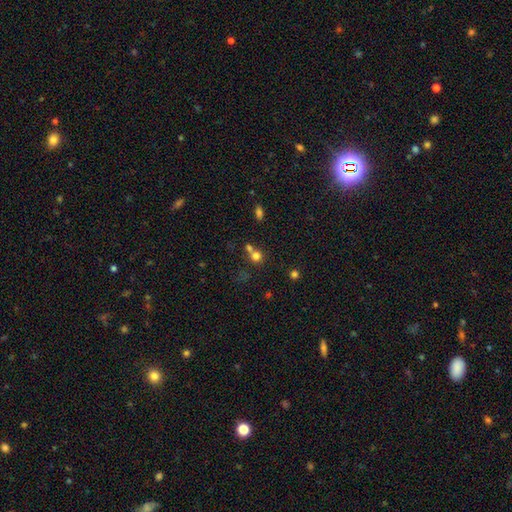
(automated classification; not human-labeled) The model was most divided on "merging": none: 47%, merger: 41%, minor disturbance: 8%, major disturbance: 4%. More confident: how rounded — round (84%); smooth or featured — smooth (74%).